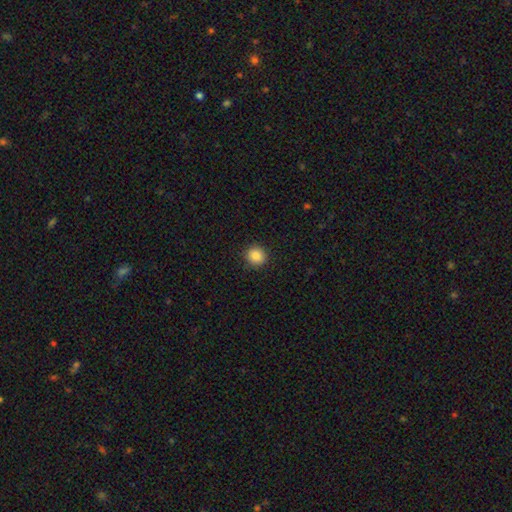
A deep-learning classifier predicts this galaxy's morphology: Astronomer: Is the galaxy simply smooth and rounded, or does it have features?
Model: smooth — 87%.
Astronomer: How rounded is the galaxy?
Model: round — 91%.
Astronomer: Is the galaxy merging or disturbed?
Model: none — 91%.